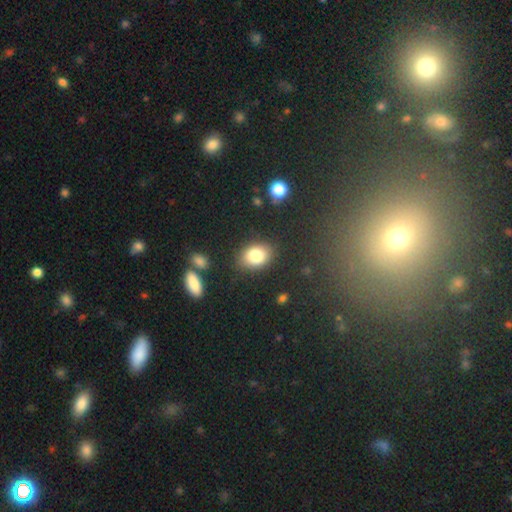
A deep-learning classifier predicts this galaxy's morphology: type=smooth (81%); roundness=in between (72%); merging=none (81%).